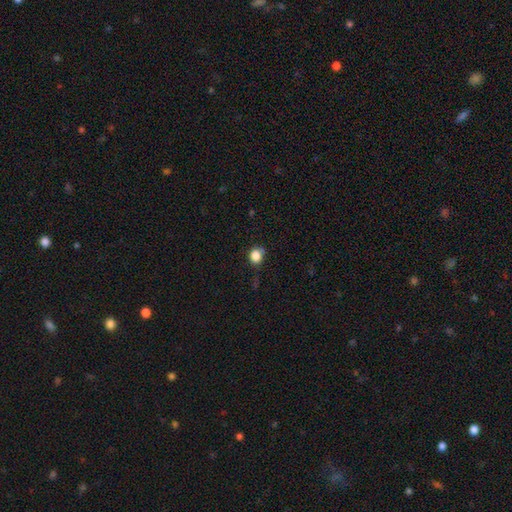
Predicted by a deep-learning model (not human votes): Overall: smooth (84%). How rounded: round (72%). Merging: none (68%).